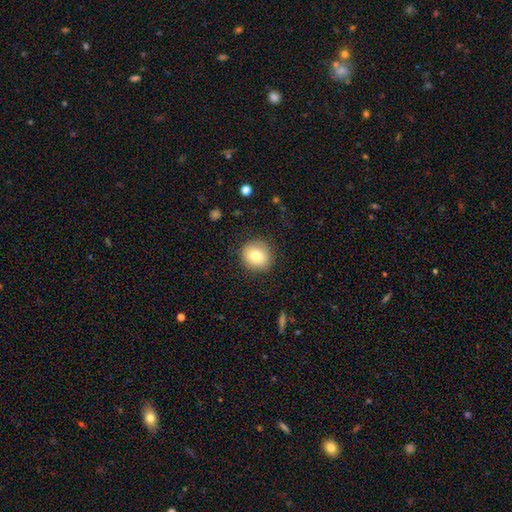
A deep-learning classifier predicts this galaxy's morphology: smooth 79%, featured or disk 12%, star or artifact 9%. Down the decision tree: how rounded — round (85%); merging — none (86%).